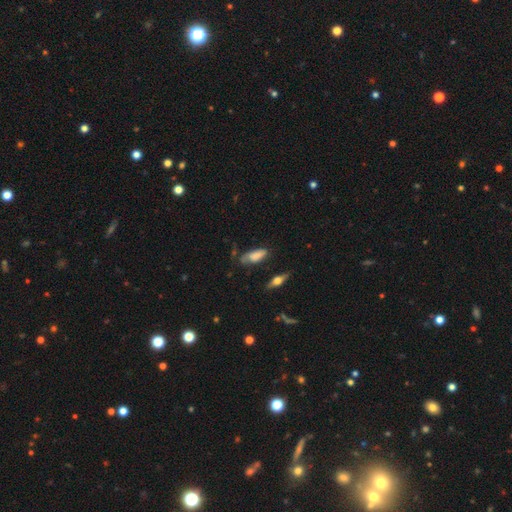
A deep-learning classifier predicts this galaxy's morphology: Smooth or featured? smooth (73%)
How rounded? in between (76%)
Merging? none (51%)